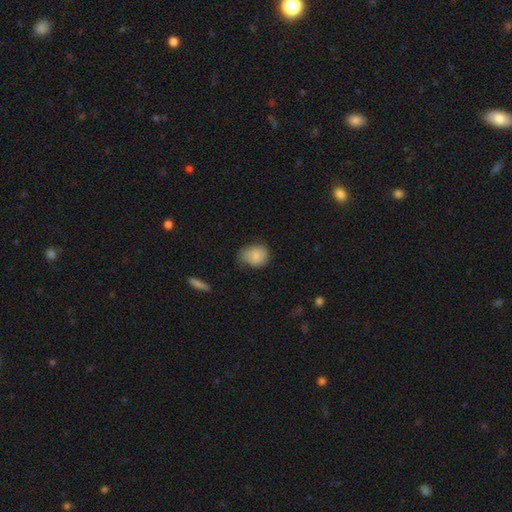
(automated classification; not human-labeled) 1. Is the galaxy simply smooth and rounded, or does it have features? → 82% smooth, 10% featured or disk, 8% star or artifact.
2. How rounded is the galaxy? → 52% in between, 47% round, 1% cigar-shaped.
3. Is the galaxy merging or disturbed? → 51% none, 37% minor disturbance, 10% major disturbance, 2% merger.